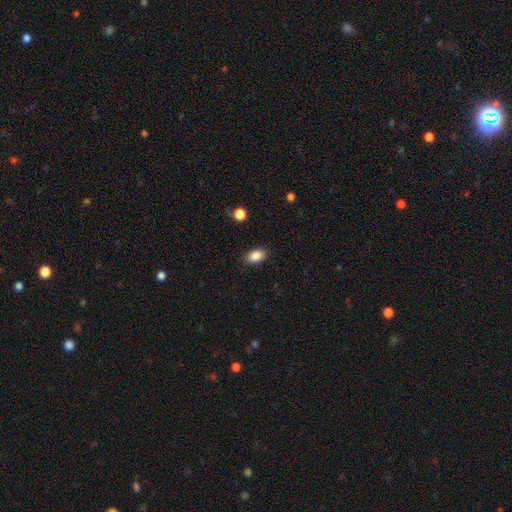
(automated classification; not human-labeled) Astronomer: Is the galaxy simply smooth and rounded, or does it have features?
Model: smooth — 87%.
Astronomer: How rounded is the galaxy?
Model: in between — 89%.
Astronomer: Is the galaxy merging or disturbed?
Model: none — 86%.